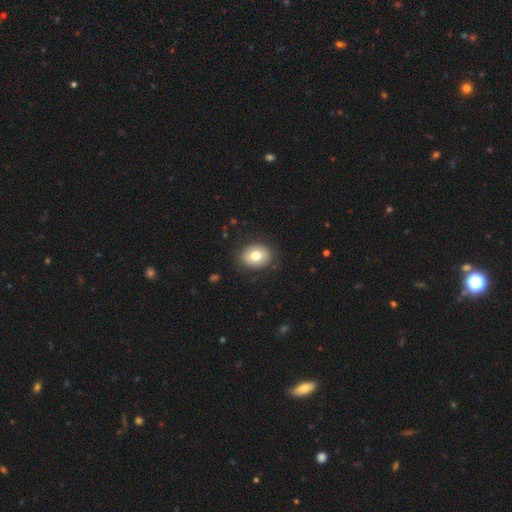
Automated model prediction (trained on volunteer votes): Q: Smooth or featured?
A: smooth (78%); runner-up: featured or disk (14%)
Q: How rounded?
A: in between (62%); runner-up: round (38%)
Q: Merging?
A: none (85%); runner-up: minor disturbance (11%)